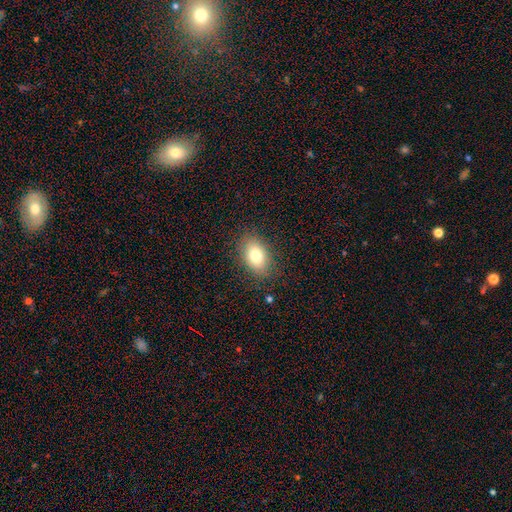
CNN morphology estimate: This is likely a smooth galaxy (78%). How rounded: clearly in between (84%). Merging: clearly none (85%).